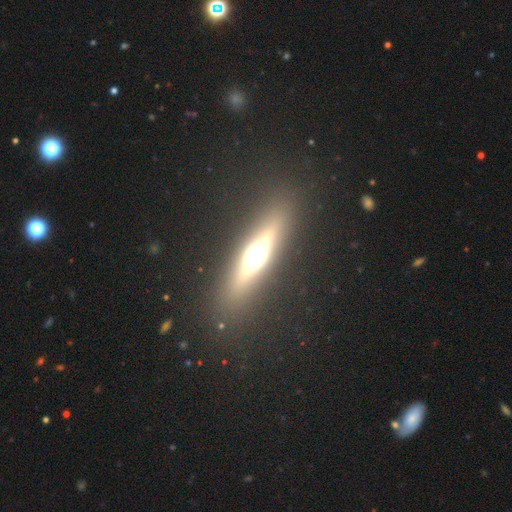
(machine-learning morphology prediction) Overall: featured or disk (69%). Edge-on disk: yes (94%). Edge-on bulge: rounded (91%). Merging: none (87%).